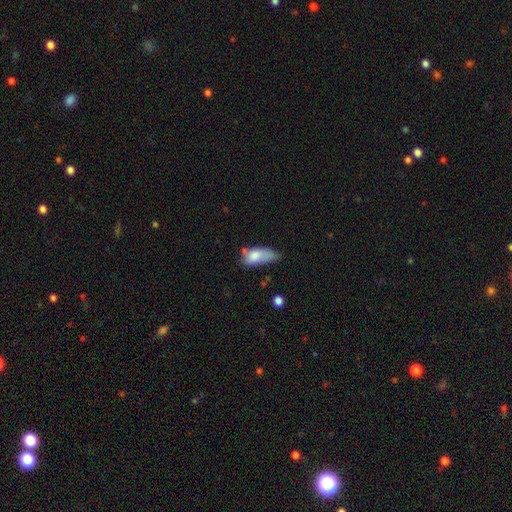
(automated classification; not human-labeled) smooth-or-featured: smooth: 76% | featured or disk: 16% | star or artifact: 8%
  how-rounded: in between: 83% | cigar-shaped: 13% | round: 4%
  merging: minor disturbance: 40% | none: 27% | major disturbance: 22% | merger: 11%